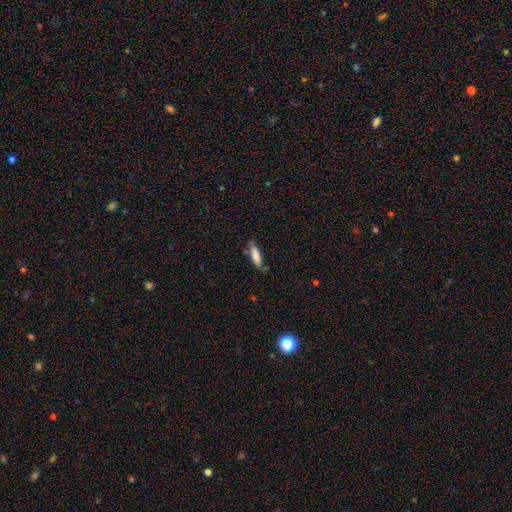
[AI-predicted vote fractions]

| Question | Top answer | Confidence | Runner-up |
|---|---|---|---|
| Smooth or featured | smooth | 79% | featured or disk (14%) |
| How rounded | cigar-shaped | 66% | in between (32%) |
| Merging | none | 70% | minor disturbance (21%) |